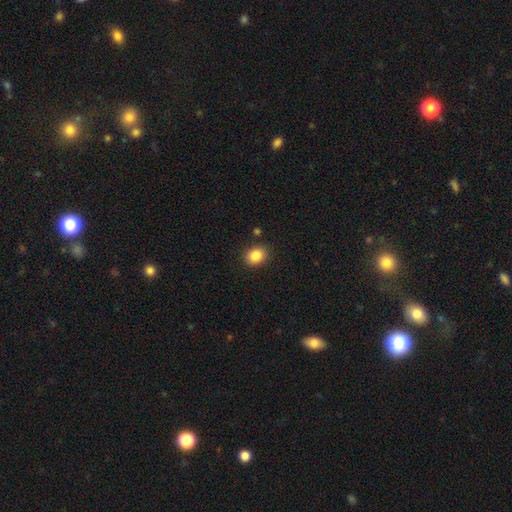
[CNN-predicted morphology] The model was most divided on "how rounded": round: 59%, in between: 41%, cigar-shaped: 1%. More confident: merging — none (87%); smooth or featured — smooth (85%).